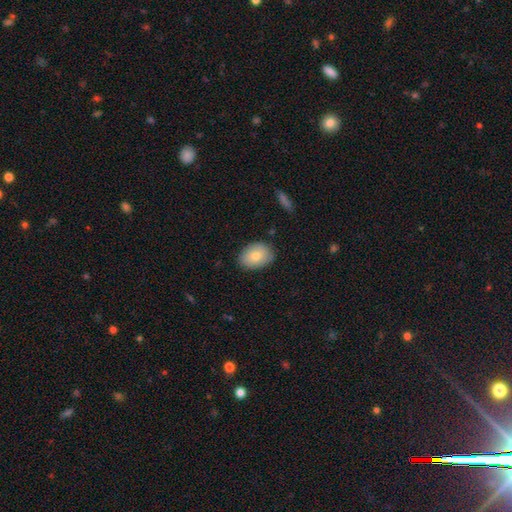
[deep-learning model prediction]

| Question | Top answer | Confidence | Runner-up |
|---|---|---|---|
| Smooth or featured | smooth | 76% | featured or disk (16%) |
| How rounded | in between | 79% | round (19%) |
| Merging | none | 84% | minor disturbance (12%) |